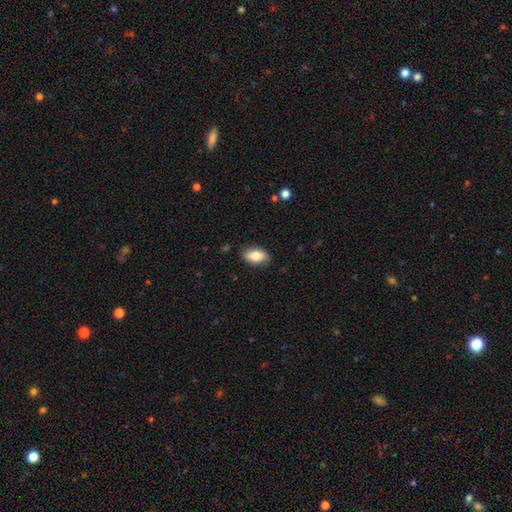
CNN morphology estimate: smooth_or_featured: smooth (p=0.81) [alt: featured or disk p=0.12]
how_rounded: in between (p=0.91) [alt: round p=0.06]
merging: none (p=0.84) [alt: minor disturbance p=0.13]